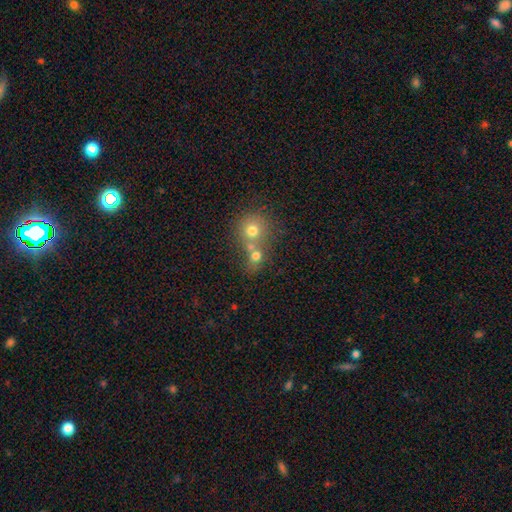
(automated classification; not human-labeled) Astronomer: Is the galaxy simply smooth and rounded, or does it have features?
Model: smooth — 69%.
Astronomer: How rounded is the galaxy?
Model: round — 74%.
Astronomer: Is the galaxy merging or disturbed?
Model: merger — 55% (runner-up: none, 34%).